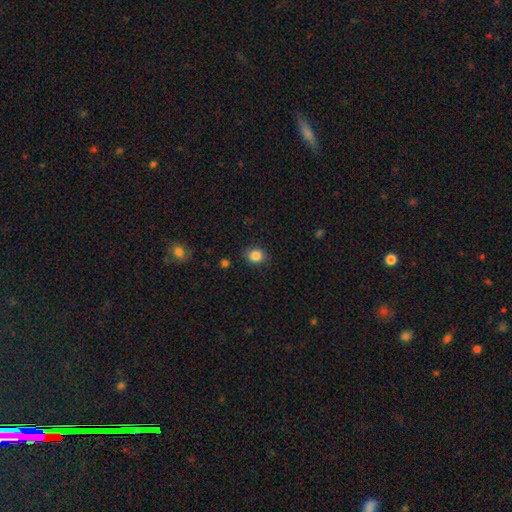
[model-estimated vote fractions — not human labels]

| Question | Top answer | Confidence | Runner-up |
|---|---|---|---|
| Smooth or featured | smooth | 85% | star or artifact (10%) |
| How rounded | round | 68% | in between (31%) |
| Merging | none | 87% | minor disturbance (10%) |